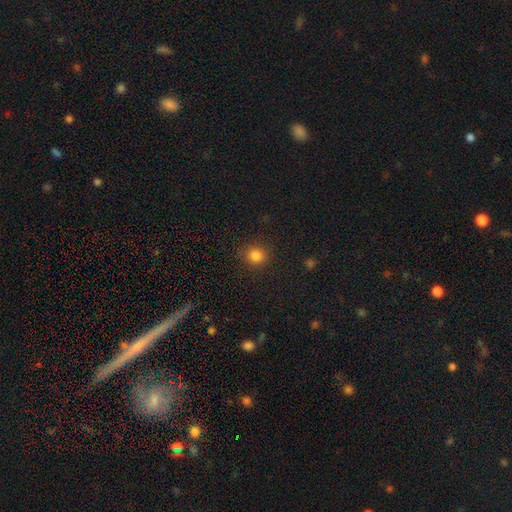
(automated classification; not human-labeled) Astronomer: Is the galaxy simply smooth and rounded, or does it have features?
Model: smooth — 83%.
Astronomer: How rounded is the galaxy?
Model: round — 90%.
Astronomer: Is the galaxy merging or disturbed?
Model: none — 89%.